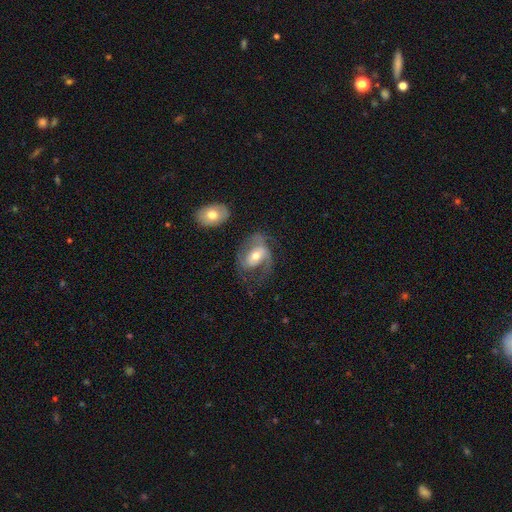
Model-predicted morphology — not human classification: Q: Smooth or featured?
A: featured or disk (68%); runner-up: smooth (25%)
Q: Edge-on disk?
A: no (96%); runner-up: yes (4%)
Q: Bar?
A: no (44%); runner-up: weak (36%)
Q: Spiral arms?
A: yes (79%); runner-up: no (21%)
Q: Spiral winding?
A: medium (46%); runner-up: loose (30%)
Q: Spiral arm count?
A: 2 (63%); runner-up: 1 (16%)
Q: Bulge size?
A: moderate (67%); runner-up: small (24%)
Q: Merging?
A: none (39%); runner-up: major disturbance (35%)